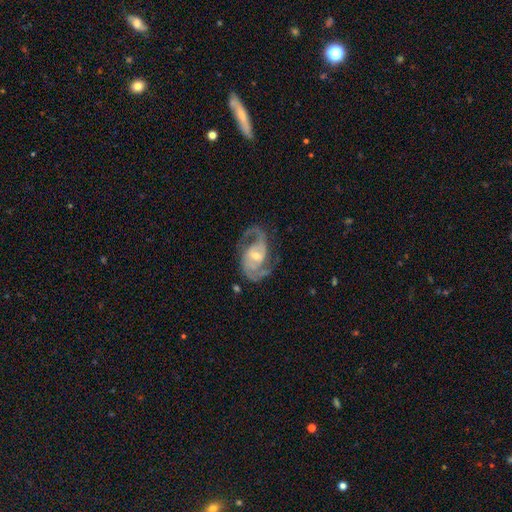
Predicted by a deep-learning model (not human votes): Smooth or featured: featured or disk — 91% (smooth — 5%)
Edge-on disk: no — 97% (yes — 3%)
Bar: weak — 48% (no — 36%)
Spiral arms: yes — 97% (no — 3%)
Spiral winding: medium — 56% (tight — 22%)
Spiral arm count: 2 — 86% (3 — 5%)
Bulge size: moderate — 50% (small — 45%)
Merging: none — 72% (minor disturbance — 16%)